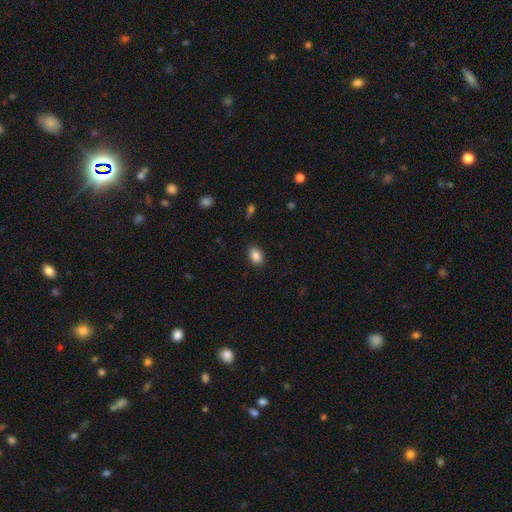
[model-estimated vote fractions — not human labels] This appears to be a smooth galaxy with no disk features (88%) that is in between round and cigar-shaped (86%). Merging: none (88%).